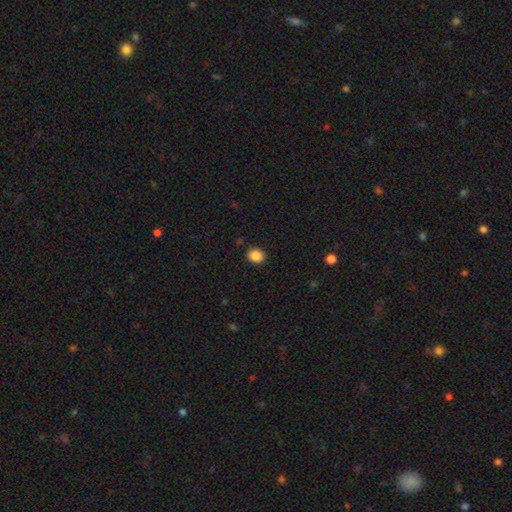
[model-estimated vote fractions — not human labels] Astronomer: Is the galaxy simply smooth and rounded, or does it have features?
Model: smooth — 87%.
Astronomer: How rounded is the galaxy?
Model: round — 69%.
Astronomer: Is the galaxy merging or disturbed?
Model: none — 90%.